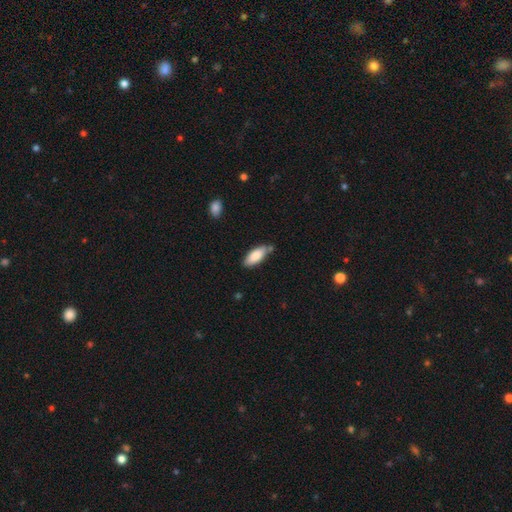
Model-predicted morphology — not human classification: This appears to be a smooth galaxy with no disk features (81%) that is in between round and cigar-shaped (78%). Merging: none (69%).